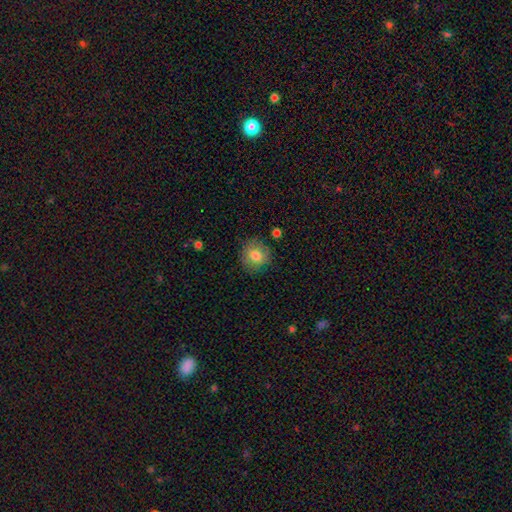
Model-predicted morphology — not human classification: type=smooth (81%); roundness=round (88%); merging=none (84%).